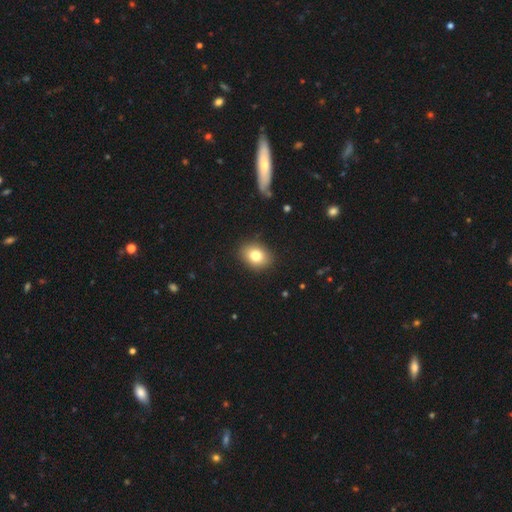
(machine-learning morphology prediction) This is clearly a smooth galaxy (80%). How rounded: likely in between (64%). Merging: clearly none (89%).